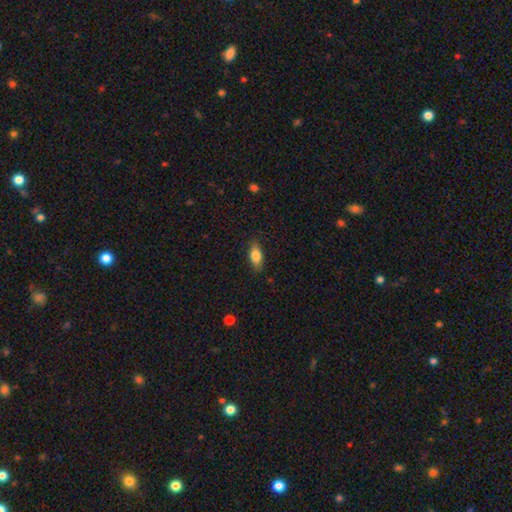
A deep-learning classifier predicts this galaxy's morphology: This is likely a smooth galaxy (77%). How rounded: clearly in between (81%). Merging: clearly none (83%).